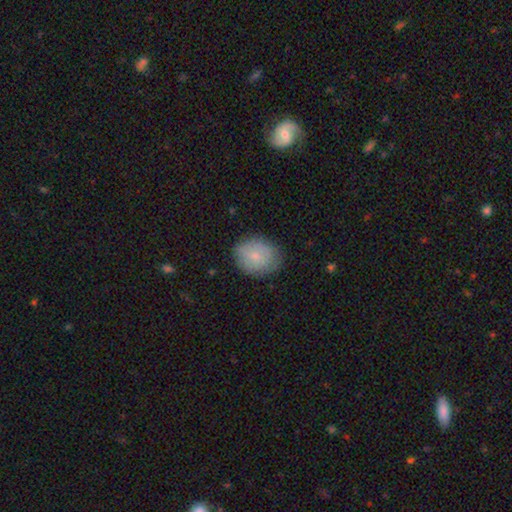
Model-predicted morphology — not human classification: Smooth or featured?
  - smooth: 75% *
  - featured or disk: 18%
  - star or artifact: 7%
How rounded?
  - round: 52% *
  - in between: 47%
  - cigar-shaped: 1%
Merging?
  - none: 78% *
  - minor disturbance: 17%
  - major disturbance: 4%
  - merger: 1%